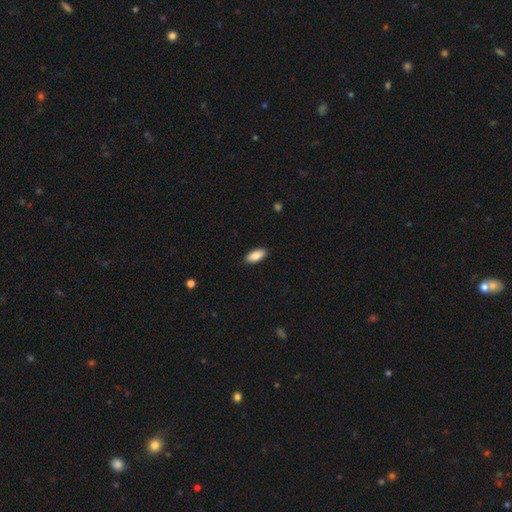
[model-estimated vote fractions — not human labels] This is clearly a smooth galaxy (85%). How rounded: clearly in between (88%). Merging: clearly none (90%).